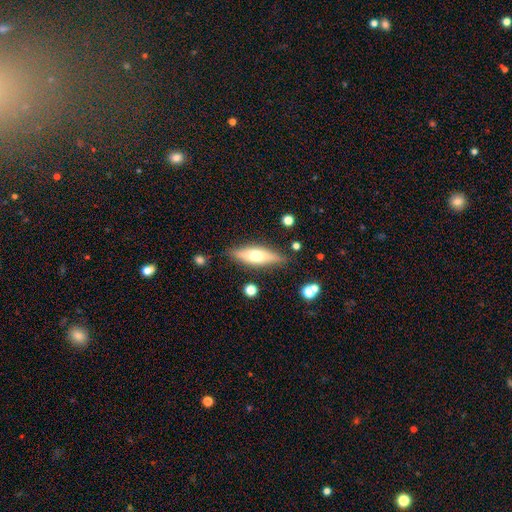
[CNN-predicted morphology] This is possibly a smooth galaxy (49%). Merging: clearly none (82%).